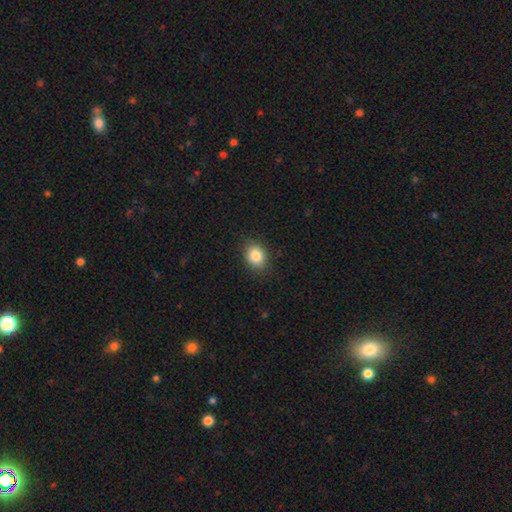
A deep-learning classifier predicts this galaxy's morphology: smooth-or-featured: smooth: 85% | star or artifact: 9% | featured or disk: 6%
  how-rounded: in between: 60% | round: 39% | cigar-shaped: 1%
  merging: none: 86% | minor disturbance: 10% | major disturbance: 3% | merger: 1%